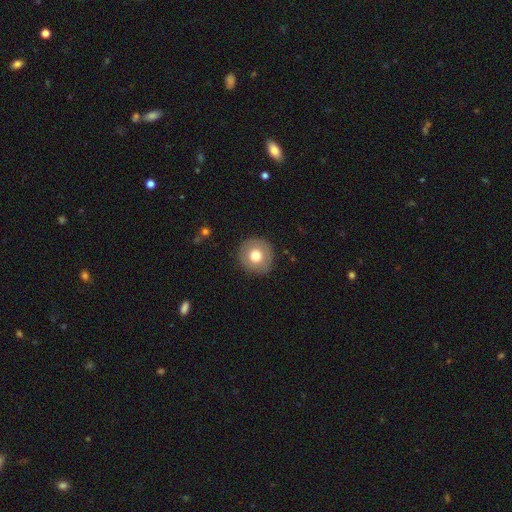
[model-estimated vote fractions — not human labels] Morphology: type=smooth (72%); roundness=round (95%); merging=none (90%).